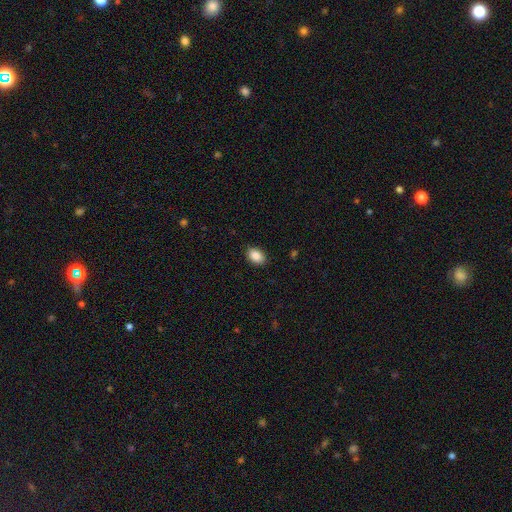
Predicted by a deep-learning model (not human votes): Smooth or featured? Predicted: smooth (p=0.89). How rounded? Predicted: in between (p=0.84). Merging? Predicted: none (p=0.88).